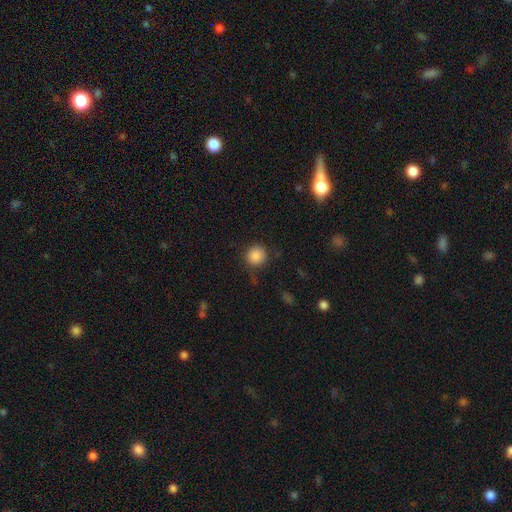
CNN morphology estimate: A smooth galaxy with no disk features (87%) that is round (92%). Merging: none (79%).